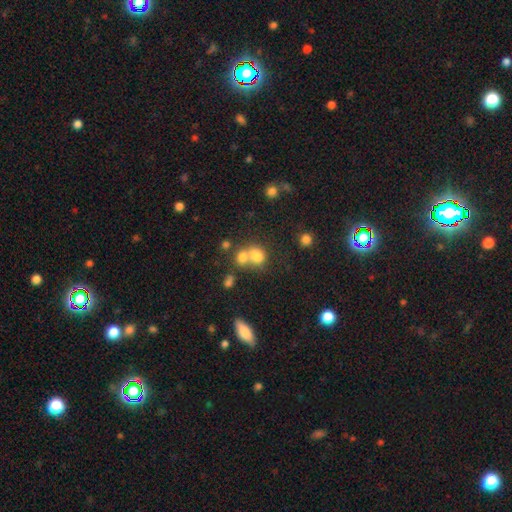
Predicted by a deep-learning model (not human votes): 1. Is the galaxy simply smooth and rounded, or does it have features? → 73% smooth, 14% star or artifact, 13% featured or disk.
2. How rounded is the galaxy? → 53% in between, 45% round, 1% cigar-shaped.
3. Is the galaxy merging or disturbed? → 58% merger, 29% none, 8% minor disturbance, 5% major disturbance.